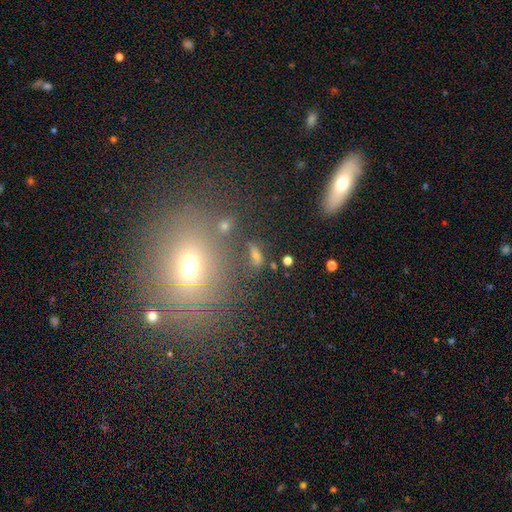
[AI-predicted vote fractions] A smooth galaxy with no disk features (49%).

Vote fractions:
- Smooth or featured? smooth: 49% / star or artifact: 28% / featured or disk: 23%
- Merging? none: 73% / minor disturbance: 12% / merger: 9% / major disturbance: 7%